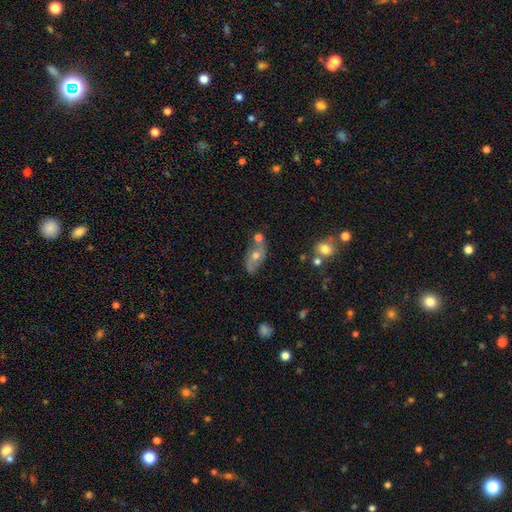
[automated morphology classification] featured or disk 48%, smooth 42%, star or artifact 10%. Down the decision tree: merging — none (56%).